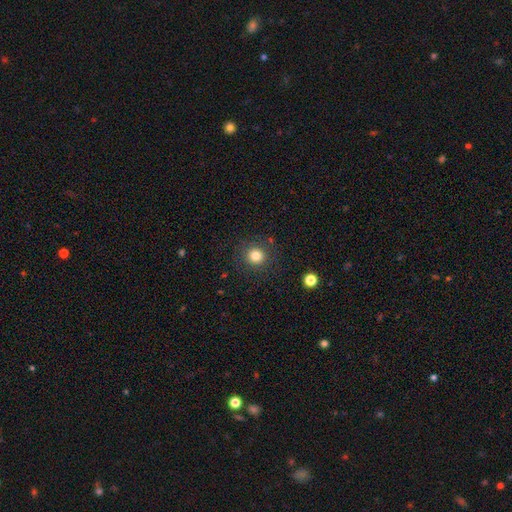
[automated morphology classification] smooth_or_featured: smooth (p=0.82) [alt: star or artifact p=0.12]
how_rounded: round (p=0.93) [alt: in between p=0.06]
merging: none (p=0.88) [alt: minor disturbance p=0.07]